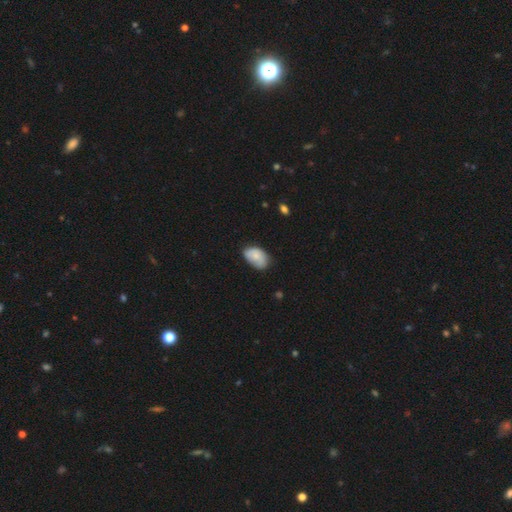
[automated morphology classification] smooth-or-featured: smooth: 77% | featured or disk: 16% | star or artifact: 7%
  how-rounded: in between: 90% | round: 9% | cigar-shaped: 1%
  merging: none: 57% | minor disturbance: 35% | major disturbance: 6% | merger: 2%